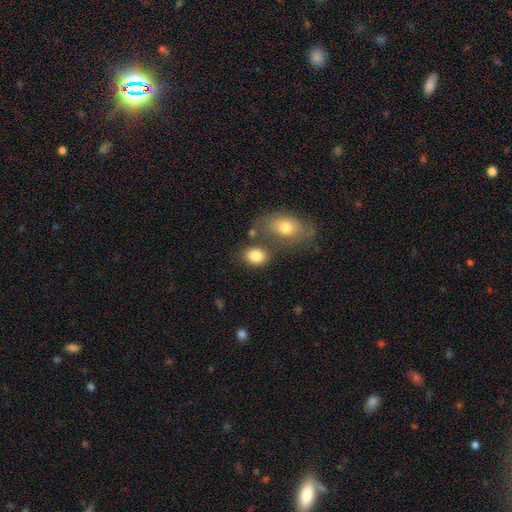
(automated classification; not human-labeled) smooth-or-featured: smooth: 83% | star or artifact: 9% | featured or disk: 8%
  how-rounded: in between: 68% | round: 31% | cigar-shaped: 1%
  merging: none: 59% | merger: 21% | minor disturbance: 14% | major disturbance: 6%